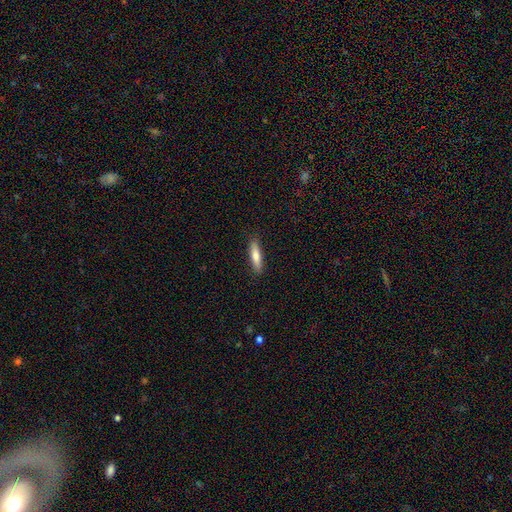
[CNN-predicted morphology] smooth-or-featured: smooth: 74% | featured or disk: 20% | star or artifact: 6%
  how-rounded: cigar-shaped: 75% | in between: 23% | round: 2%
  merging: none: 89% | minor disturbance: 9% | major disturbance: 2% | merger: 1%